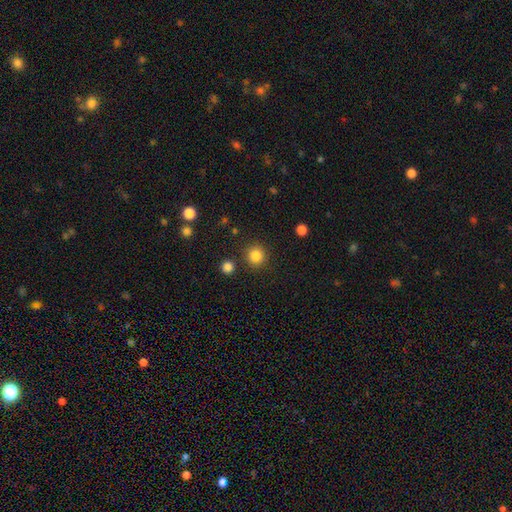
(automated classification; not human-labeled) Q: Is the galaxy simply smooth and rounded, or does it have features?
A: smooth — 84%.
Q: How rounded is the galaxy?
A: round — 94%.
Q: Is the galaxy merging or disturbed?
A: none — 88%.